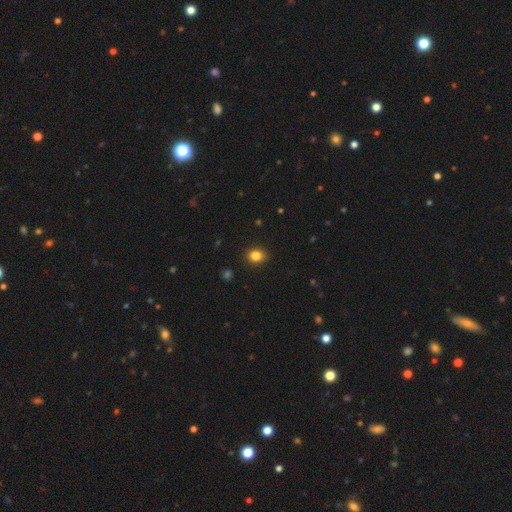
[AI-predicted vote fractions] This appears to be a smooth galaxy with no disk features (84%) that is round (60%). Merging: none (90%).